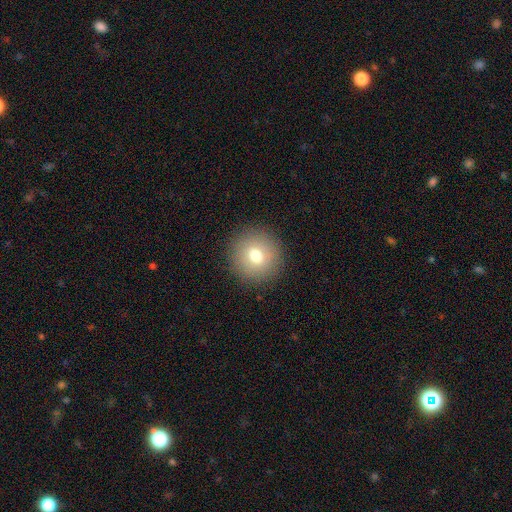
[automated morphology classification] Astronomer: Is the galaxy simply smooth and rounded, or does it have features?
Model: smooth — 74%.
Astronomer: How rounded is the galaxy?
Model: round — 94%.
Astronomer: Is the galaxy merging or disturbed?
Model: none — 91%.